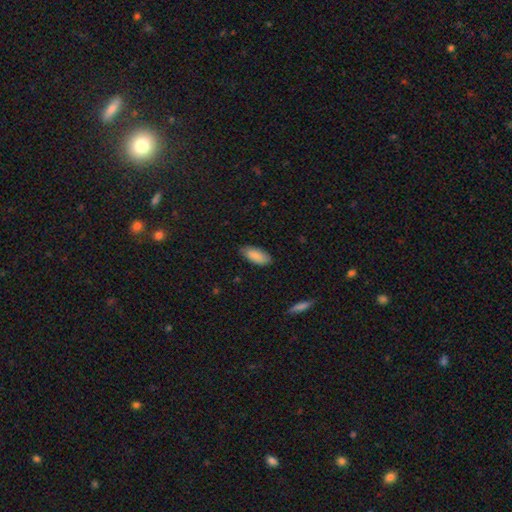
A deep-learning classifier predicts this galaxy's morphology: Smooth or featured? Predicted: smooth (p=0.89). How rounded? Predicted: in between (p=0.88). Merging? Predicted: none (p=0.81).